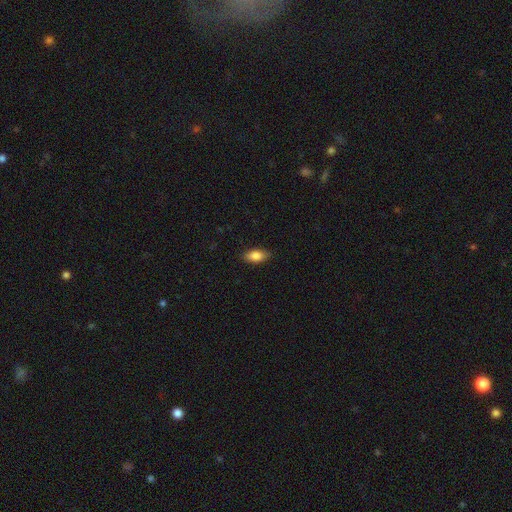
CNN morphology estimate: This appears to be a smooth galaxy with no disk features (83%) that is in between round and cigar-shaped (87%). Merging: none (85%).